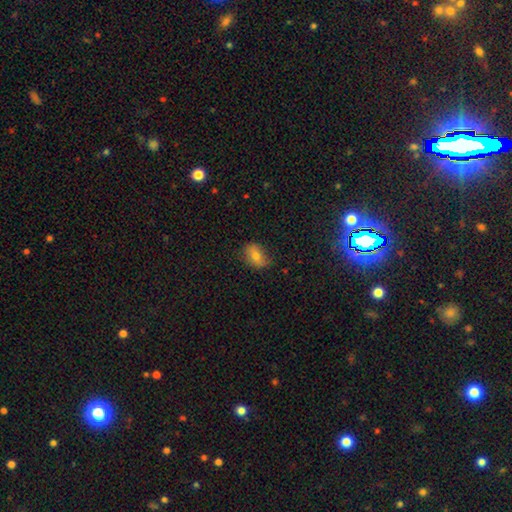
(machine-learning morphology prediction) Smooth or featured: smooth — 66% (featured or disk — 22%)
How rounded: in between — 76% (round — 21%)
Merging: none — 71% (minor disturbance — 22%)